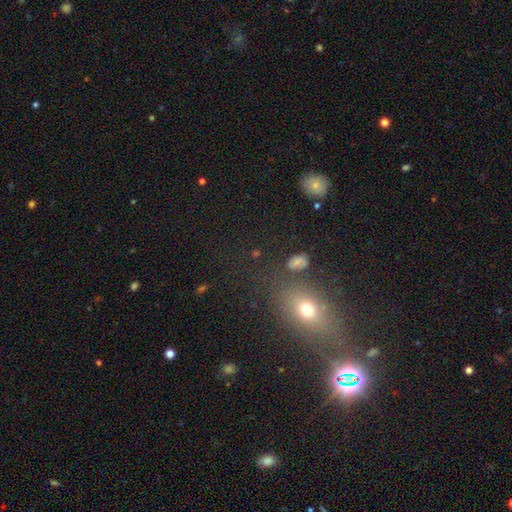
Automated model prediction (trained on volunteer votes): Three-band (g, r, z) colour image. It shows a smooth galaxy with no disk features (48%). Merging: none (69%).